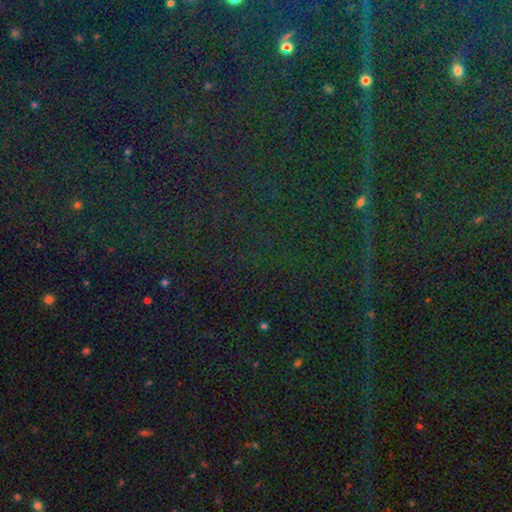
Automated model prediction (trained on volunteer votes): Smooth or featured? Predicted: star or artifact (p=0.85).